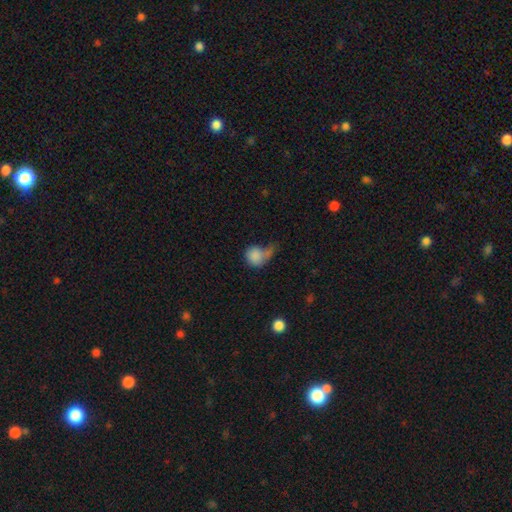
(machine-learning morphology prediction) Q: Smooth or featured?
A: smooth (81%); runner-up: featured or disk (10%)
Q: How rounded?
A: round (71%); runner-up: in between (27%)
Q: Merging?
A: major disturbance (33%); runner-up: minor disturbance (26%)